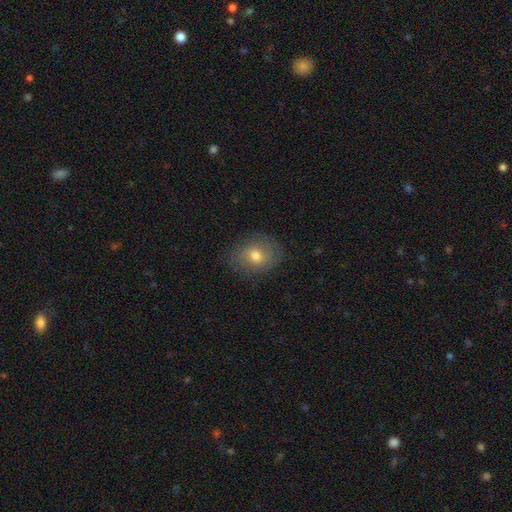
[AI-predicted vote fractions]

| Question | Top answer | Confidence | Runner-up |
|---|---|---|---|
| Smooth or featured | smooth | 59% | featured or disk (29%) |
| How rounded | in between | 50% | round (49%) |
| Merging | none | 79% | minor disturbance (15%) |